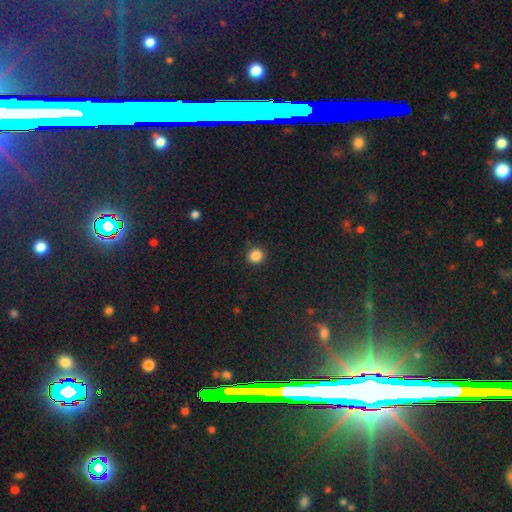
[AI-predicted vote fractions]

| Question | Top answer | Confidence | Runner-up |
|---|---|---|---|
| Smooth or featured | smooth | 85% | star or artifact (11%) |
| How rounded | round | 92% | in between (7%) |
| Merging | none | 91% | minor disturbance (6%) |